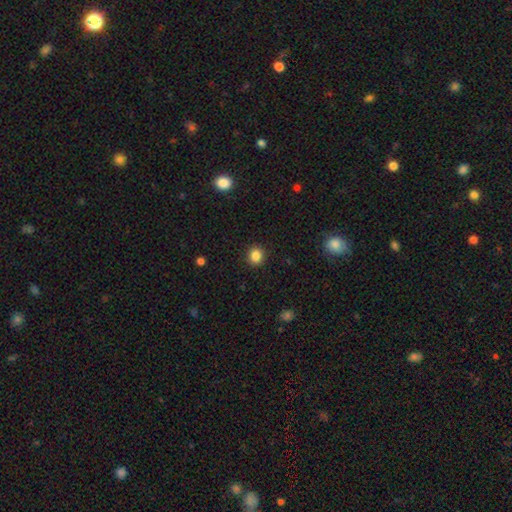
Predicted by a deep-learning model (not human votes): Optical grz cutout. It shows a smooth galaxy with no disk features (85%) that is round (84%). Merging: none (92%).